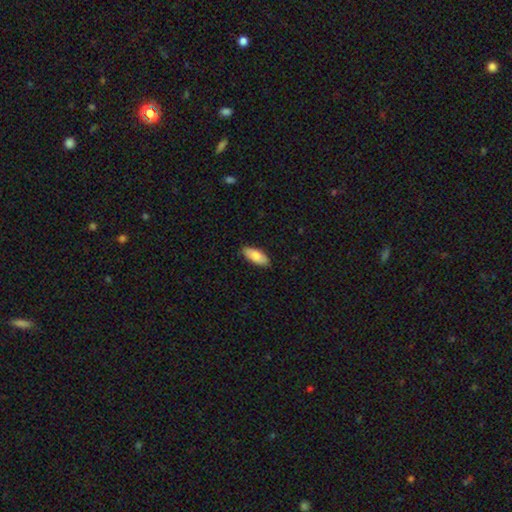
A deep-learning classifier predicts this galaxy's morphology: The model was most divided on "smooth or featured": smooth: 80%, featured or disk: 14%, star or artifact: 6%. More confident: merging — none (88%); how rounded — in between (84%).